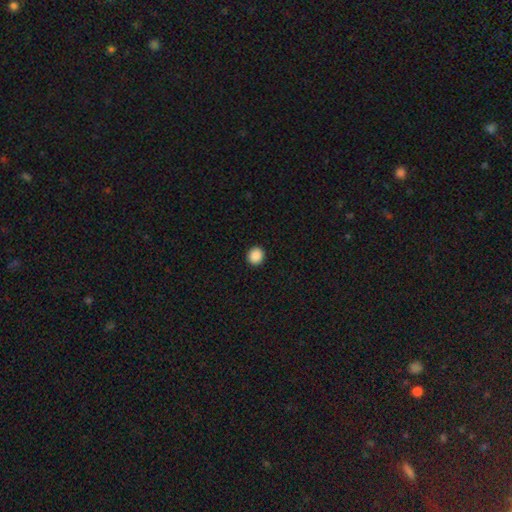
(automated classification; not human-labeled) smooth_or_featured: smooth (p=0.89) [alt: star or artifact p=0.09]
how_rounded: round (p=0.87) [alt: in between p=0.13]
merging: none (p=0.93) [alt: minor disturbance p=0.04]